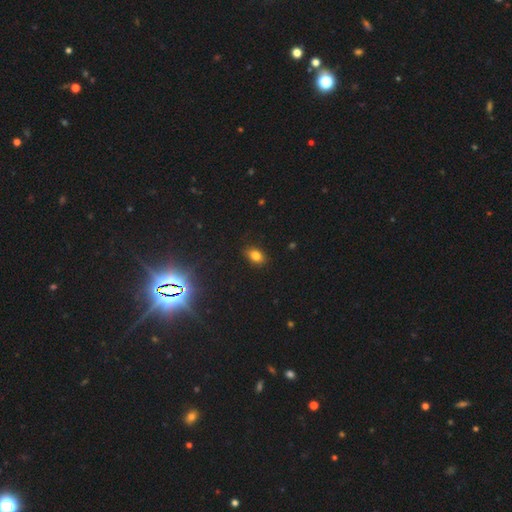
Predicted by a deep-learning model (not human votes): Smooth or featured? smooth (80%)
How rounded? in between (79%)
Merging? none (86%)